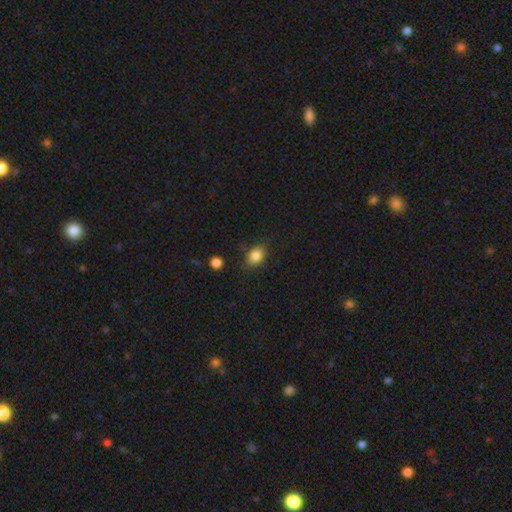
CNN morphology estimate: The model was most divided on "how rounded": in between: 70%, round: 28%, cigar-shaped: 1%. More confident: smooth or featured — smooth (84%); merging — none (78%).